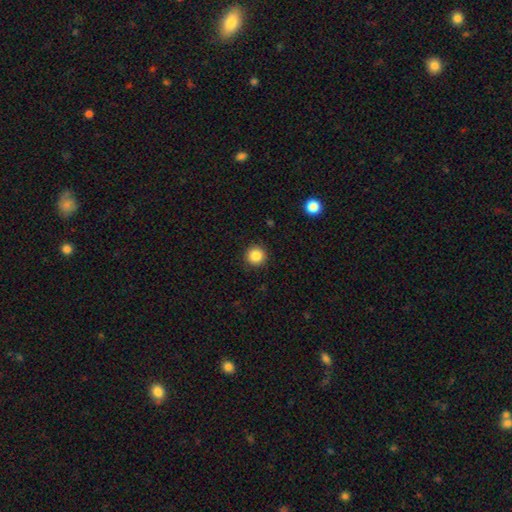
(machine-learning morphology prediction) This appears to be a smooth galaxy with no disk features (86%) that is round (96%). Merging: none (92%).